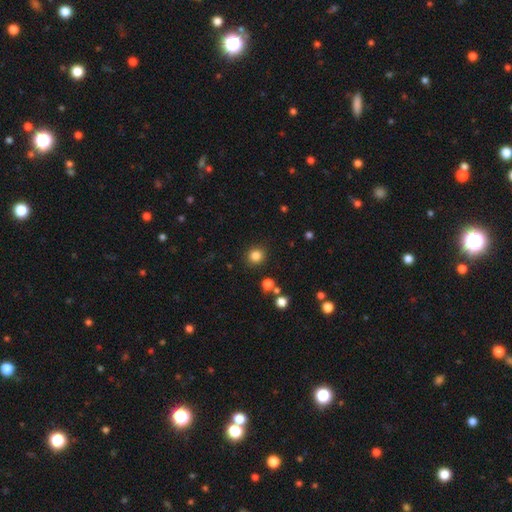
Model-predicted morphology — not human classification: type=smooth (83%); roundness=round (91%); merging=none (89%).